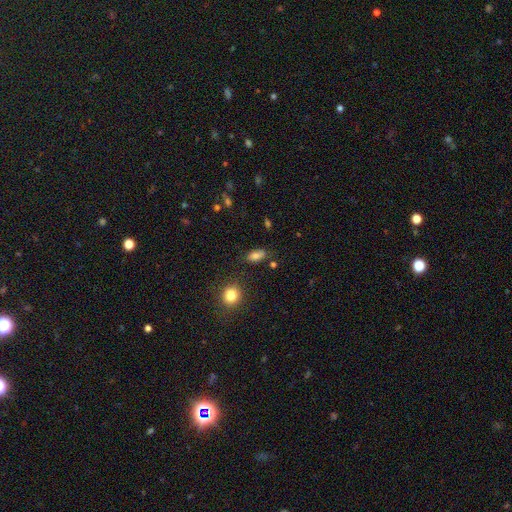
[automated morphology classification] Q: Smooth or featured?
A: smooth (78%); runner-up: star or artifact (12%)
Q: How rounded?
A: in between (86%); runner-up: round (9%)
Q: Merging?
A: none (72%); runner-up: minor disturbance (18%)